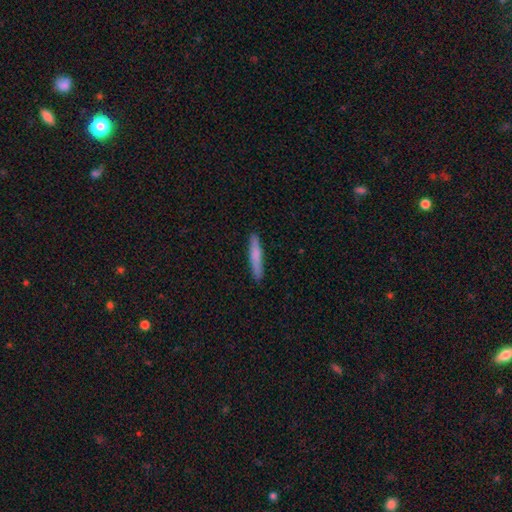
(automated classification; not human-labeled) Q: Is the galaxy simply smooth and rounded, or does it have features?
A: smooth — 71%.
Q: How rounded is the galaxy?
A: cigar-shaped — 94%.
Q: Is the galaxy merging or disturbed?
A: none — 90%.